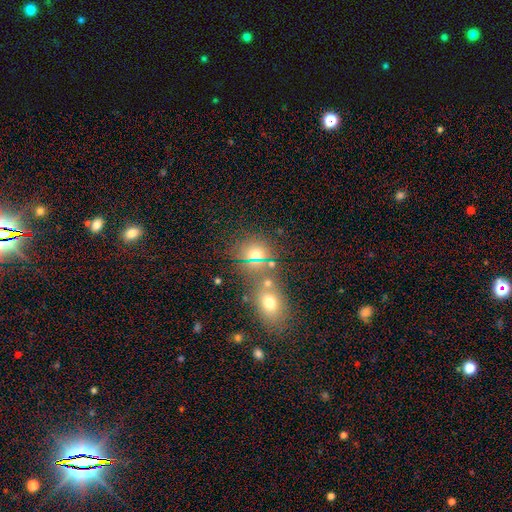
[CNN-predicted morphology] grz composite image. It shows a smooth galaxy with no disk features (58%) that is round (70%). Merging: none (55%).